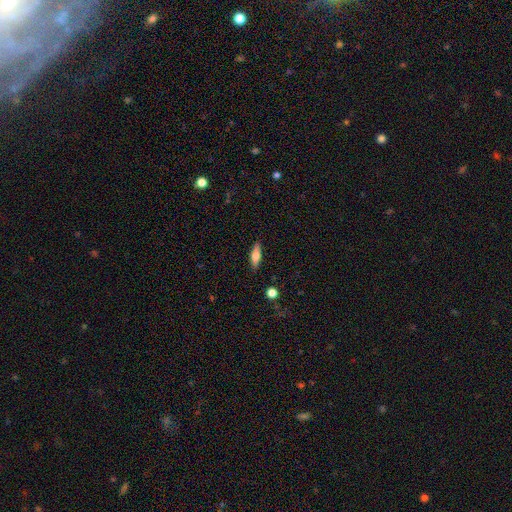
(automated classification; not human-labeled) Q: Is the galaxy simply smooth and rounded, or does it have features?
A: smooth — 66%.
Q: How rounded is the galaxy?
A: in between — 51%.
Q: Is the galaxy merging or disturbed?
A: none — 87%.